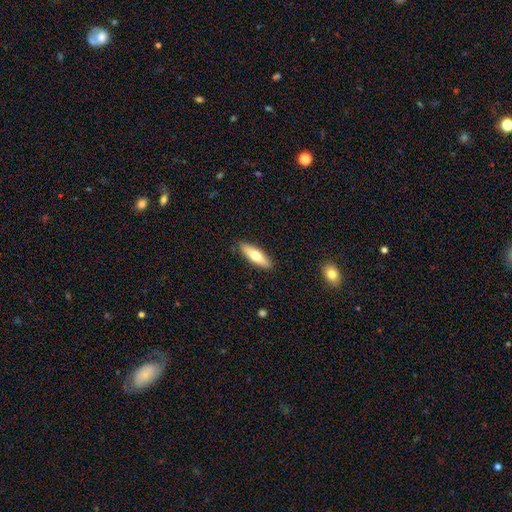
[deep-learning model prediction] smooth_or_featured: smooth (p=0.61) [alt: featured or disk p=0.33]
how_rounded: cigar-shaped (p=0.54) [alt: in between p=0.44]
merging: none (p=0.89) [alt: minor disturbance p=0.08]